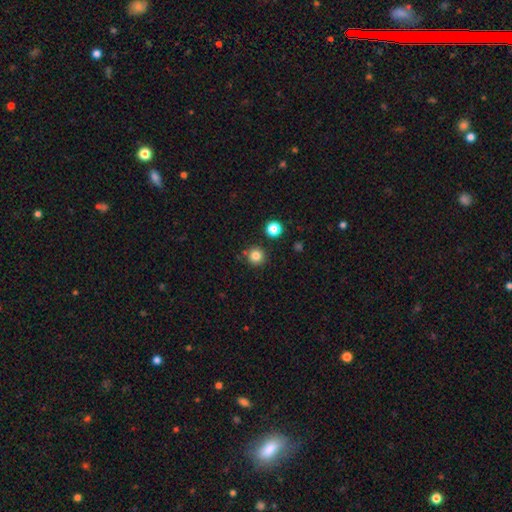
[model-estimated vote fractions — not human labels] Overall: smooth (83%). How rounded: round (95%). Merging: none (86%).